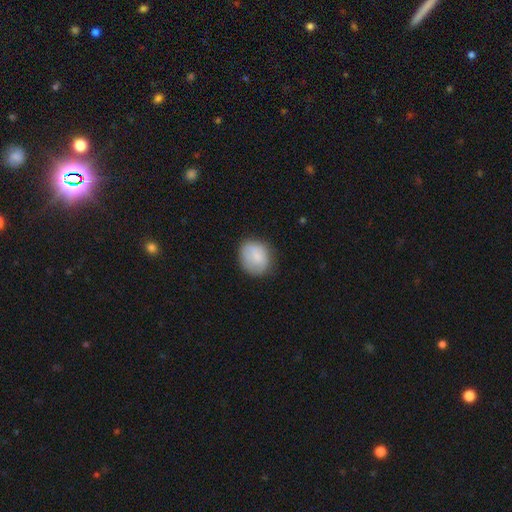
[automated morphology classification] Smooth or featured?
  - smooth: 80% *
  - featured or disk: 12%
  - star or artifact: 7%
How rounded?
  - round: 66% *
  - in between: 33%
  - cigar-shaped: 1%
Merging?
  - none: 73% *
  - minor disturbance: 19%
  - major disturbance: 6%
  - merger: 1%